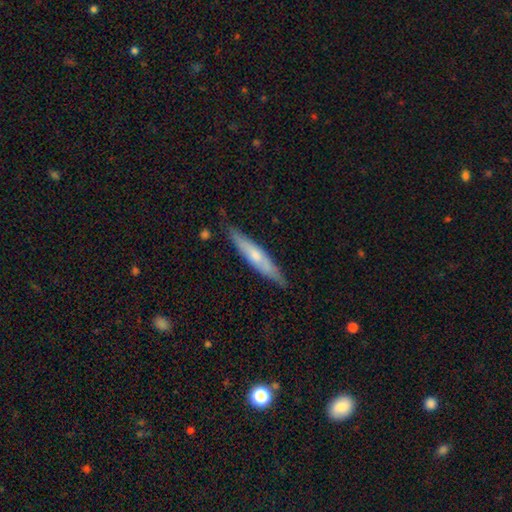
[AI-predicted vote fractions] Smooth or featured? smooth (49%)
Merging? none (82%)